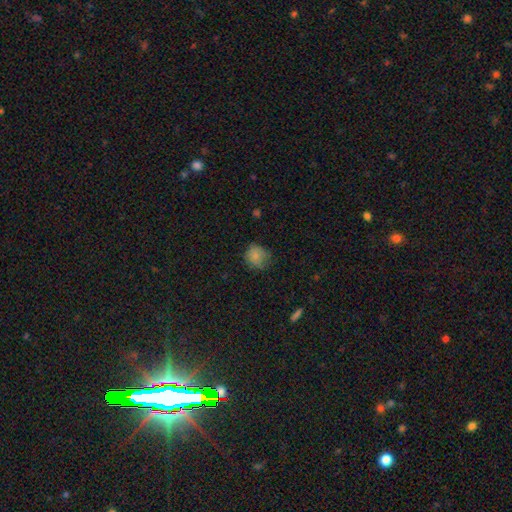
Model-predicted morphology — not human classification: The model was most divided on "merging": none: 67%, minor disturbance: 25%, major disturbance: 7%, merger: 1%. More confident: smooth or featured — smooth (82%); how rounded — round (77%).